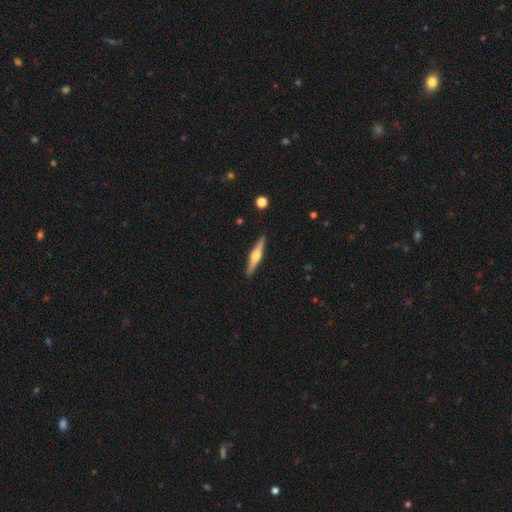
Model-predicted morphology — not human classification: smooth_or_featured: featured or disk (p=0.74) [alt: smooth p=0.21]
disk_edge_on: yes (p=0.98) [alt: no p=0.02]
edge_on_bulge: rounded (p=0.94) [alt: boxy p=0.04]
merging: none (p=0.91) [alt: minor disturbance p=0.06]